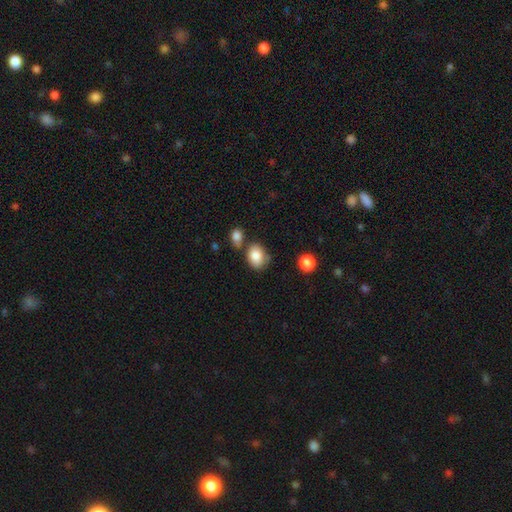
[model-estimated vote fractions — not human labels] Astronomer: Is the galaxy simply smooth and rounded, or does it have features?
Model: smooth — 85%.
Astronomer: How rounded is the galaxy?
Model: in between — 64%.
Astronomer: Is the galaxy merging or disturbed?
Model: none — 58%.